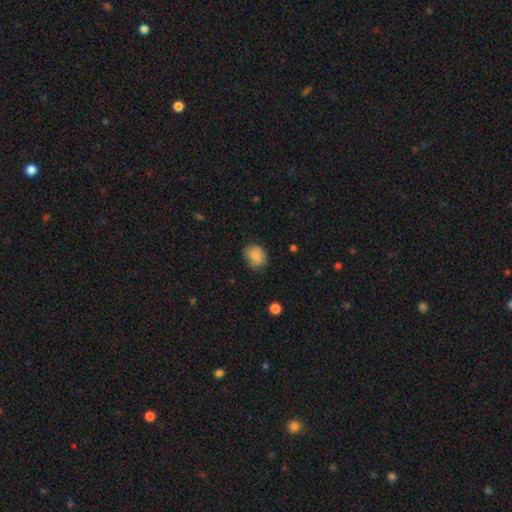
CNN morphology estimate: smooth-or-featured: smooth: 82% | featured or disk: 10% | star or artifact: 8%
  how-rounded: round: 52% | in between: 47% | cigar-shaped: 1%
  merging: none: 71% | minor disturbance: 23% | major disturbance: 5% | merger: 1%